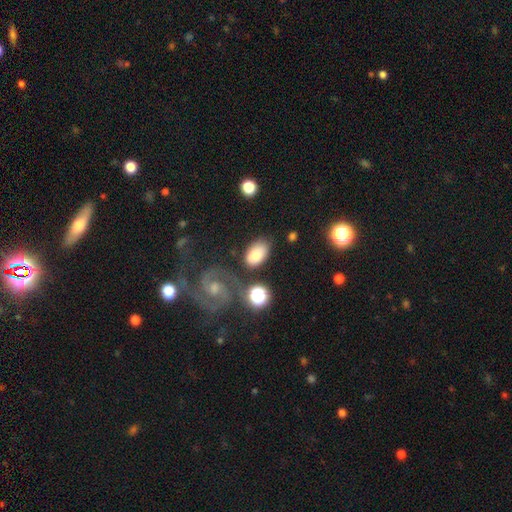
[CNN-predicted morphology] smooth 75%, featured or disk 16%, star or artifact 9%. Down the decision tree: how rounded — in between (88%); merging — none (70%).